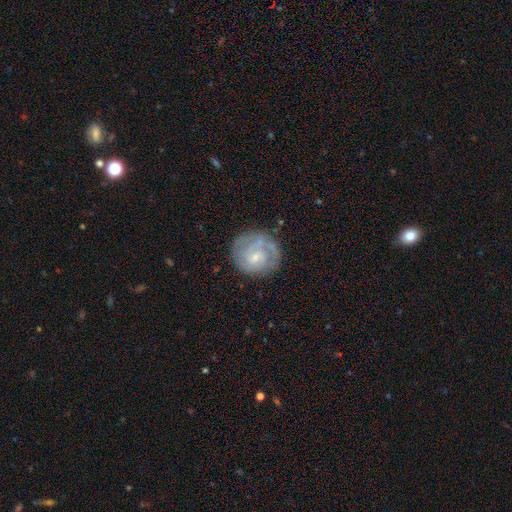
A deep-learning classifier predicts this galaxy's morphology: Smooth or featured: featured or disk — 66% (smooth — 27%)
Edge-on disk: no — 98% (yes — 2%)
Bar: no — 52% (weak — 42%)
Spiral arms: yes — 81% (no — 19%)
Spiral winding: tight — 54% (medium — 33%)
Spiral arm count: 2 — 38% (can't tell — 33%)
Bulge size: small — 57% (moderate — 31%)
Merging: none — 71% (minor disturbance — 18%)